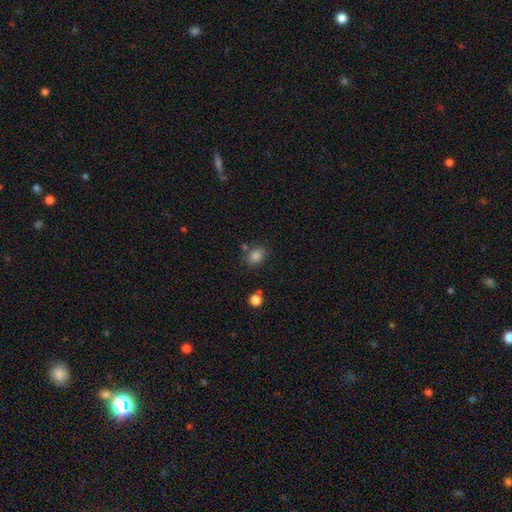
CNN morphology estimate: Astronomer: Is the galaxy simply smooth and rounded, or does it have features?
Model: smooth — 84%.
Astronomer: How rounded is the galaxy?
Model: in between — 54% (runner-up: round, 45%).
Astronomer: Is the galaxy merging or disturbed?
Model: none — 73%.